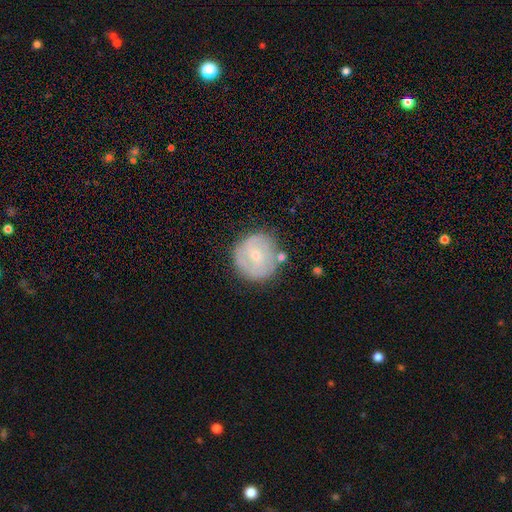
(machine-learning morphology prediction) Smooth or featured? Predicted: featured or disk (p=0.60). Edge-on disk? Predicted: no (p=0.98). Bar? Predicted: no (p=0.65). Spiral arms? Predicted: yes (p=0.75). Bulge size? Predicted: small (p=0.69). Merging? Predicted: none (p=0.74).